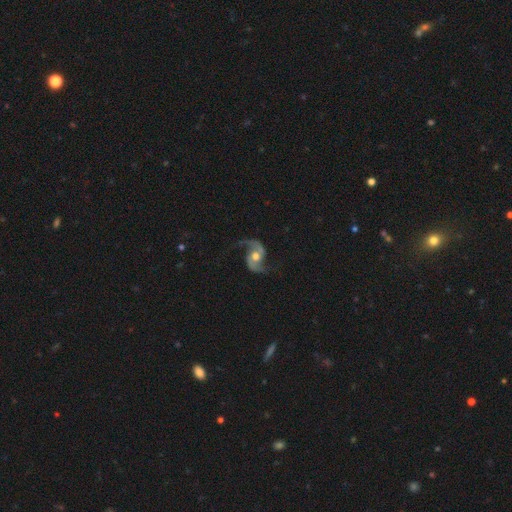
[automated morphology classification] smooth-or-featured: featured or disk: 90% | smooth: 5% | star or artifact: 5%
  disk-edge-on: no: 98% | yes: 2%
    bar: no: 62% | weak: 28% | strong: 10%
    has-spiral-arms: yes: 97% | no: 3%
      spiral-winding: loose: 60% | medium: 33% | tight: 7%
      spiral-arm-count: 2: 94% | 1: 1% | can't tell: 1% | 3: 1% | 4: 1% | more than 4: 1%
    bulge-size: moderate: 74% | small: 12% | large: 11% | none: 1% | dominant: 1%
  merging: none: 76% | minor disturbance: 14% | major disturbance: 8% | merger: 2%